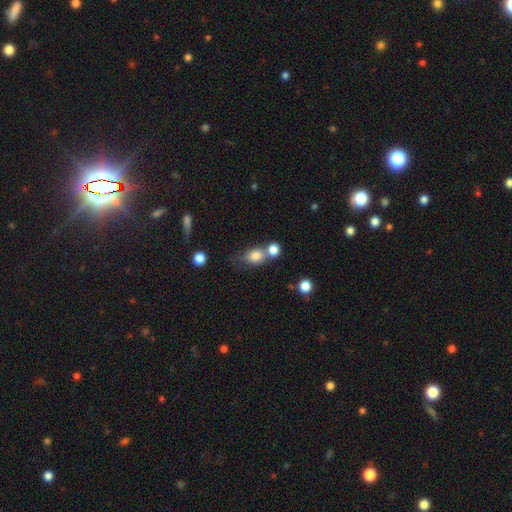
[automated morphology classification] This appears to be a smooth galaxy with no disk features (80%) that is in between round and cigar-shaped (50%). Merging: merger (42%).